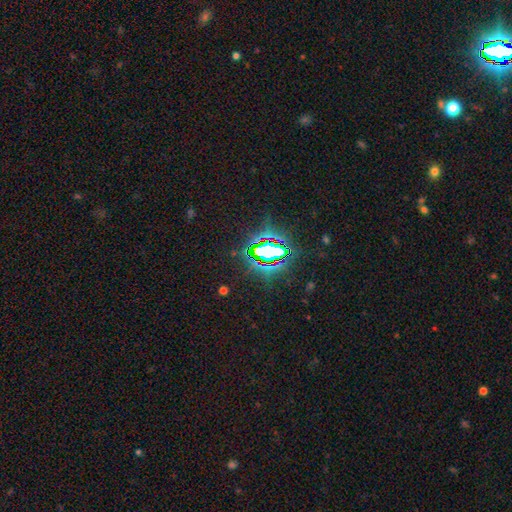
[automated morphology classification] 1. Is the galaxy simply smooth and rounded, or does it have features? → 82% star or artifact, 10% smooth, 8% featured or disk.